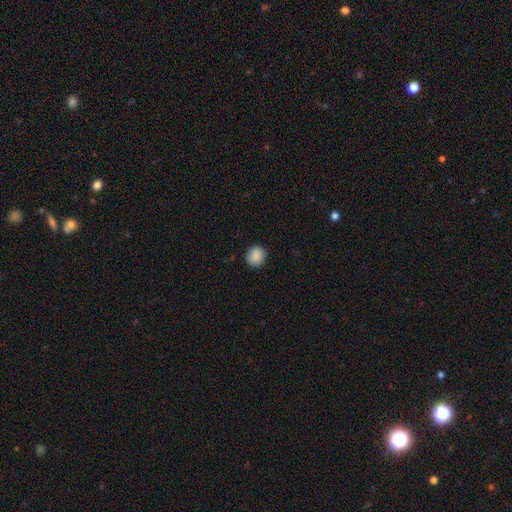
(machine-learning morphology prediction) Smooth or featured?
  - smooth: 89% *
  - star or artifact: 8%
  - featured or disk: 3%
How rounded?
  - round: 88% *
  - in between: 11%
  - cigar-shaped: 1%
Merging?
  - none: 91% *
  - minor disturbance: 6%
  - major disturbance: 2%
  - merger: 1%